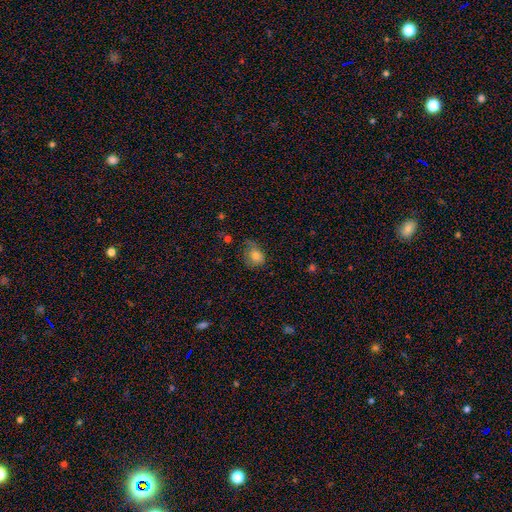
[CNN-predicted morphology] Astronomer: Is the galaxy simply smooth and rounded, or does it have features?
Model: smooth — 78%.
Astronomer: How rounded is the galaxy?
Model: round — 54% (runner-up: in between, 45%).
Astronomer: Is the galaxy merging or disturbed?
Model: none — 48% (runner-up: minor disturbance, 34%).